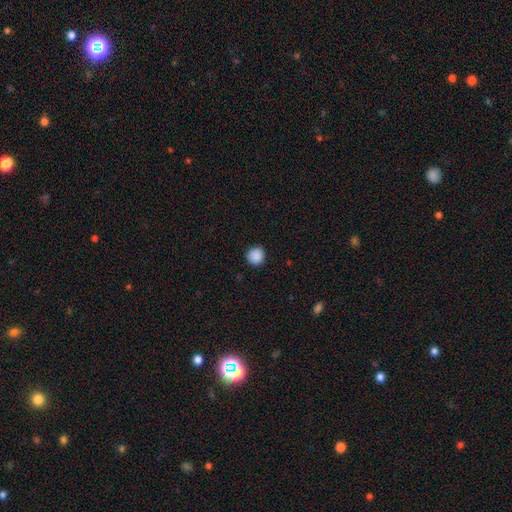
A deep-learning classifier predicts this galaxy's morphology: Overall: smooth (89%). How rounded: round (94%). Merging: none (91%).